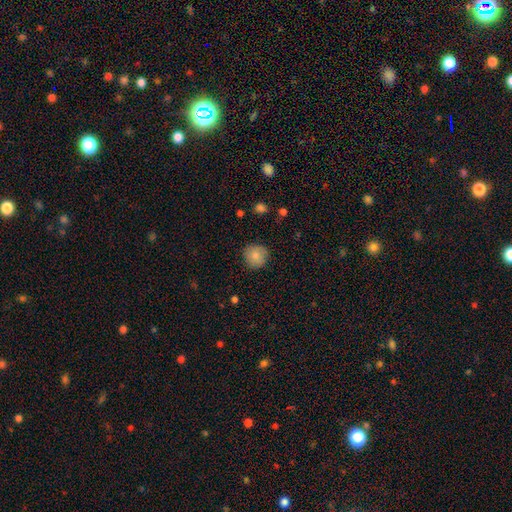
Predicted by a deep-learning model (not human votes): Morphology: type=smooth (84%); roundness=round (92%); merging=none (85%).